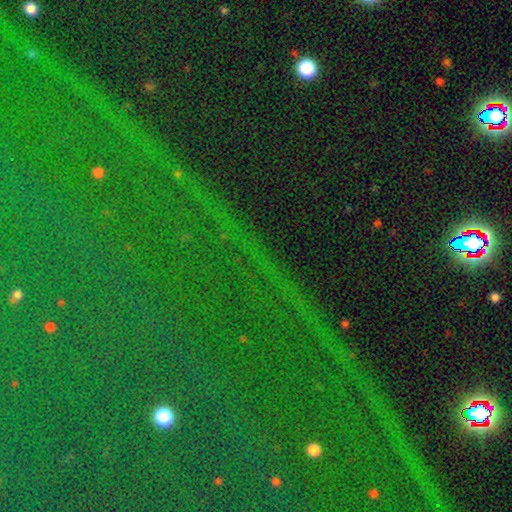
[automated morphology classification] Smooth or featured: star or artifact — 85% (featured or disk — 8%)